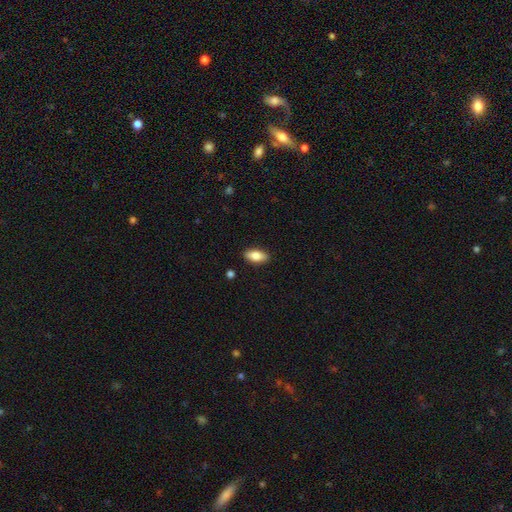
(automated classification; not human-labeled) Smooth or featured: smooth — 80% (featured or disk — 13%)
How rounded: in between — 88% (cigar-shaped — 9%)
Merging: none — 89% (minor disturbance — 8%)